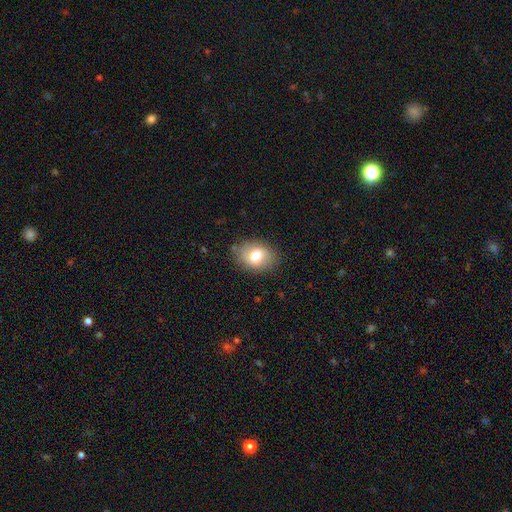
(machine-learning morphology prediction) Smooth or featured?
  - smooth: 71% *
  - featured or disk: 20%
  - star or artifact: 8%
How rounded?
  - in between: 66% *
  - round: 33%
  - cigar-shaped: 1%
Merging?
  - none: 82% *
  - minor disturbance: 13%
  - major disturbance: 4%
  - merger: 1%